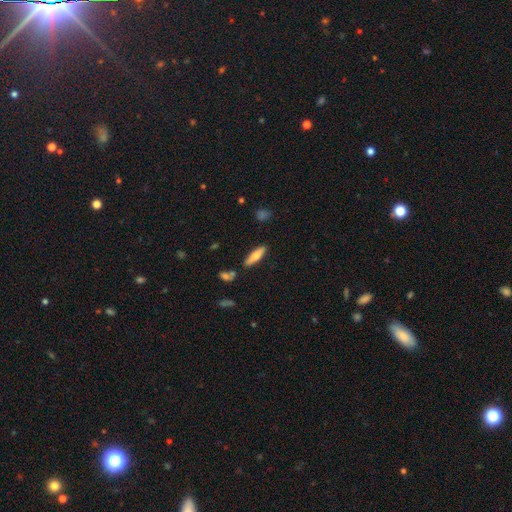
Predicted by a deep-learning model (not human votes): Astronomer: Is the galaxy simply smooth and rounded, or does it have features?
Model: smooth — 63%.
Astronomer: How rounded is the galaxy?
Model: cigar-shaped — 65%.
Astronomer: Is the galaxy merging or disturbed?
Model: none — 84%.